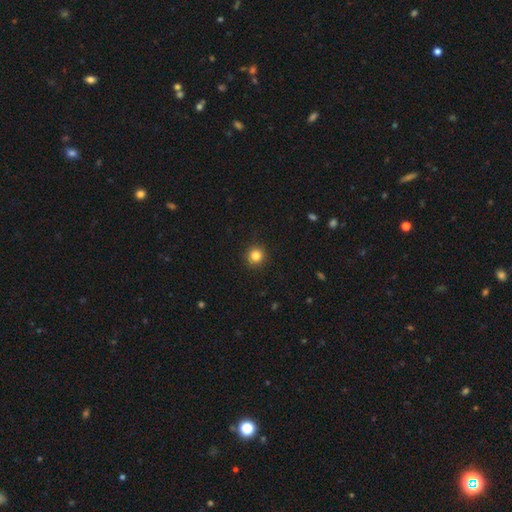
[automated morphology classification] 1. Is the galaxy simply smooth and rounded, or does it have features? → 83% smooth, 12% star or artifact, 5% featured or disk.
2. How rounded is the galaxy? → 94% round, 5% in between, 1% cigar-shaped.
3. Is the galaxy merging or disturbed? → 92% none, 5% minor disturbance, 2% major disturbance, 1% merger.